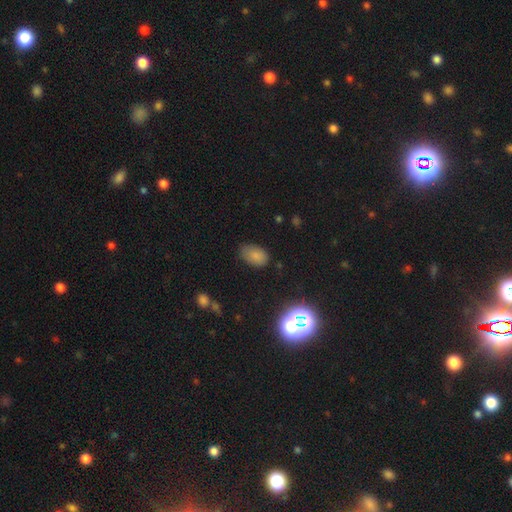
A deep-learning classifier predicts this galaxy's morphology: smooth-or-featured: smooth: 78% | star or artifact: 15% | featured or disk: 7%
  how-rounded: in between: 89% | round: 10% | cigar-shaped: 1%
  merging: none: 69% | minor disturbance: 23% | major disturbance: 6% | merger: 2%